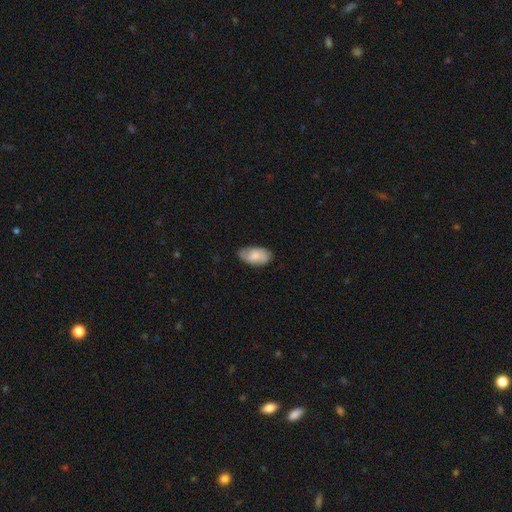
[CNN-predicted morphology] Smooth or featured?
  - smooth: 68% *
  - featured or disk: 25%
  - star or artifact: 7%
How rounded?
  - in between: 94% *
  - round: 4%
  - cigar-shaped: 2%
Merging?
  - none: 76% *
  - minor disturbance: 19%
  - major disturbance: 4%
  - merger: 1%